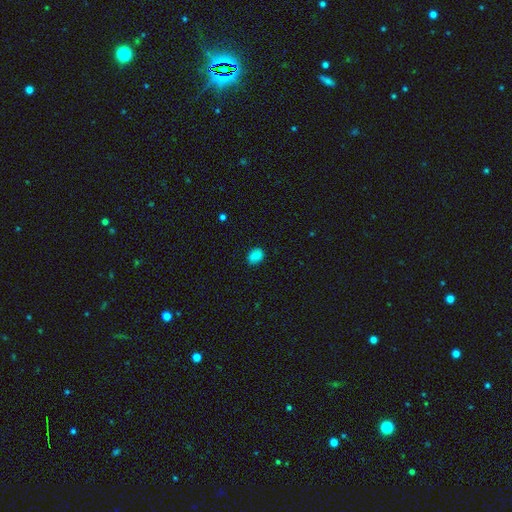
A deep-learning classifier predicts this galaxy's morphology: A smooth galaxy with no disk features (85%) that is in between round and cigar-shaped (65%).

Vote fractions:
- Smooth or featured? smooth: 85% / star or artifact: 11% / featured or disk: 5%
- How rounded? in between: 65% / round: 34% / cigar-shaped: 1%
- Merging? none: 85% / minor disturbance: 11% / major disturbance: 2% / merger: 1%